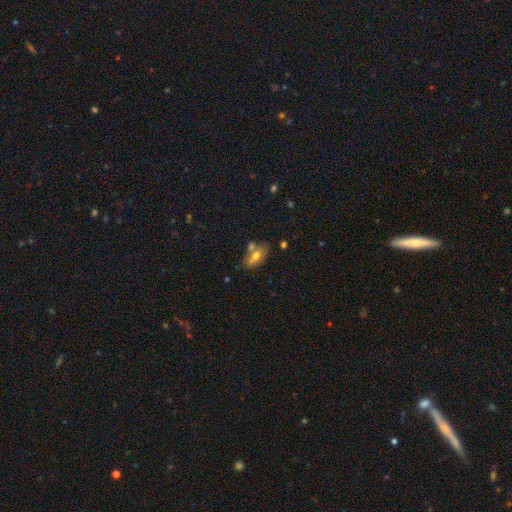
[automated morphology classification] The model was most divided on "merging": none: 52%, merger: 27%, minor disturbance: 16%, major disturbance: 5%. More confident: how rounded — in between (85%); smooth or featured — smooth (61%).